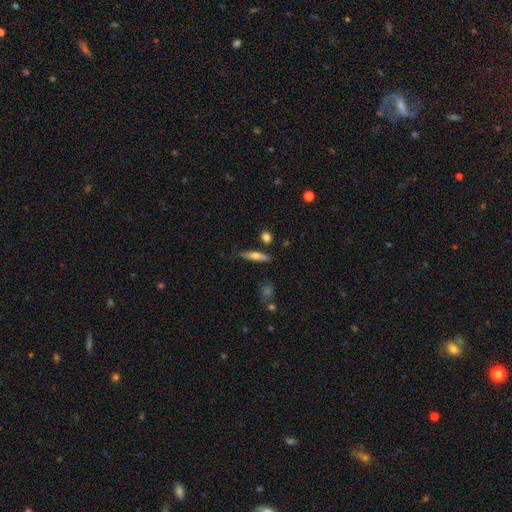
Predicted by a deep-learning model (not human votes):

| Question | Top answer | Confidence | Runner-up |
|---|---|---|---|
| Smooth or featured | smooth | 62% | featured or disk (31%) |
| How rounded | cigar-shaped | 76% | in between (21%) |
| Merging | none | 81% | minor disturbance (12%) |